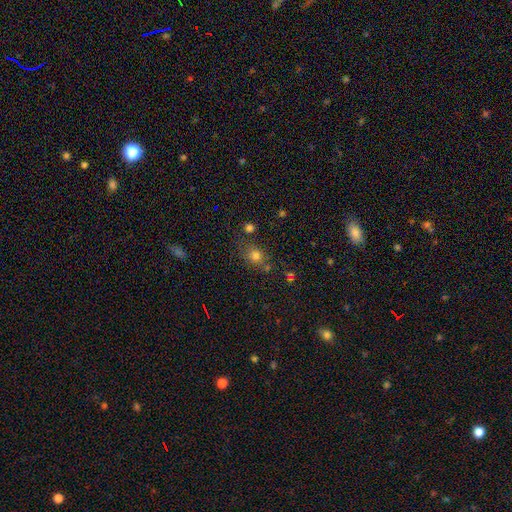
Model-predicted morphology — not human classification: Smooth or featured: smooth — 75% (star or artifact — 17%)
How rounded: round — 67% (in between — 31%)
Merging: none — 66% (minor disturbance — 16%)